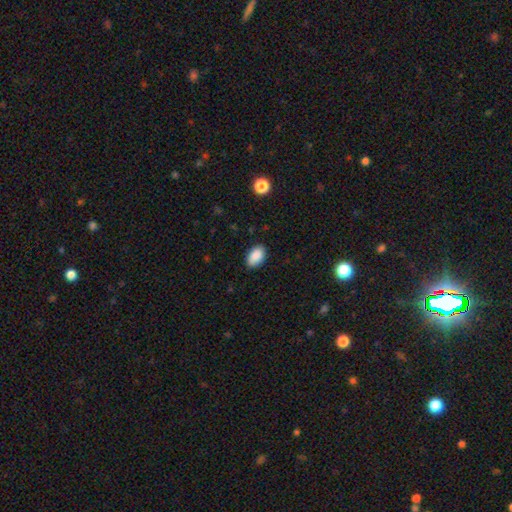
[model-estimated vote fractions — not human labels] The model was most divided on "merging": none: 86%, minor disturbance: 11%, major disturbance: 2%, merger: 1%. More confident: how rounded — in between (91%); smooth or featured — smooth (89%).